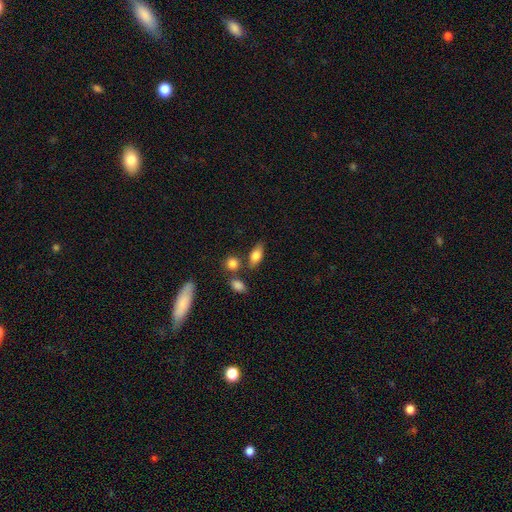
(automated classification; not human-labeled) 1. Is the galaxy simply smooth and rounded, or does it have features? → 75% smooth, 17% featured or disk, 8% star or artifact.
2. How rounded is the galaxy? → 80% in between, 12% cigar-shaped, 8% round.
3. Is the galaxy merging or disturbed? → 70% none, 14% minor disturbance, 12% merger, 4% major disturbance.